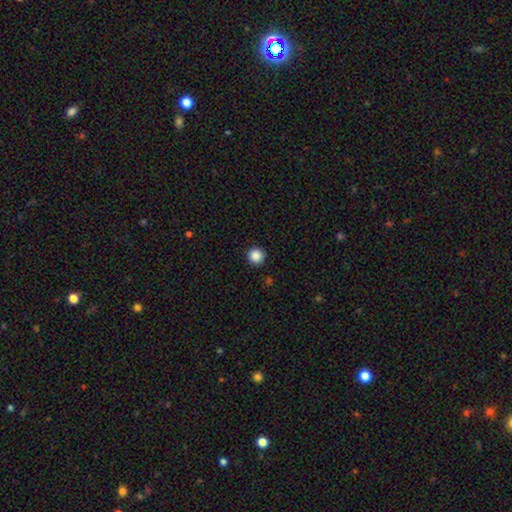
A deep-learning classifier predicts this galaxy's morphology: Smooth or featured? smooth (88%)
How rounded? round (96%)
Merging? none (93%)